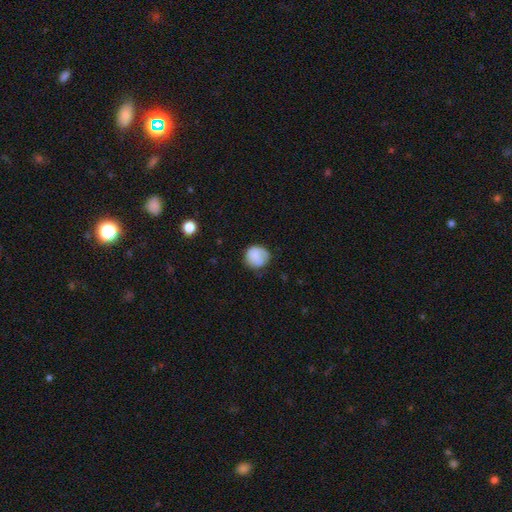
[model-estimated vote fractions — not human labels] A smooth galaxy with no disk features (81%) that is round (88%). Merging: none (69%).